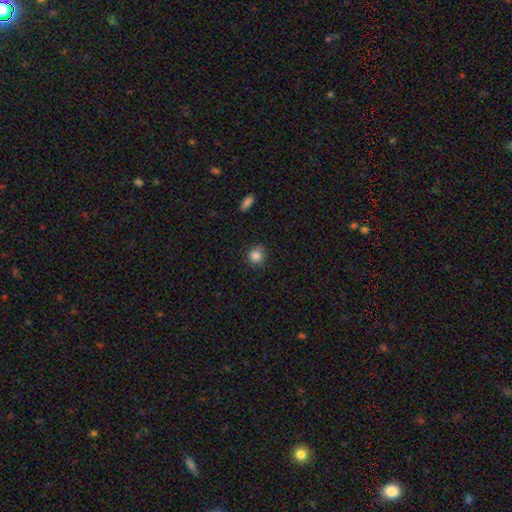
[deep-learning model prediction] smooth-or-featured: smooth: 85% | star or artifact: 11% | featured or disk: 4%
  how-rounded: round: 90% | in between: 9% | cigar-shaped: 1%
  merging: none: 83% | minor disturbance: 13% | major disturbance: 3% | merger: 1%